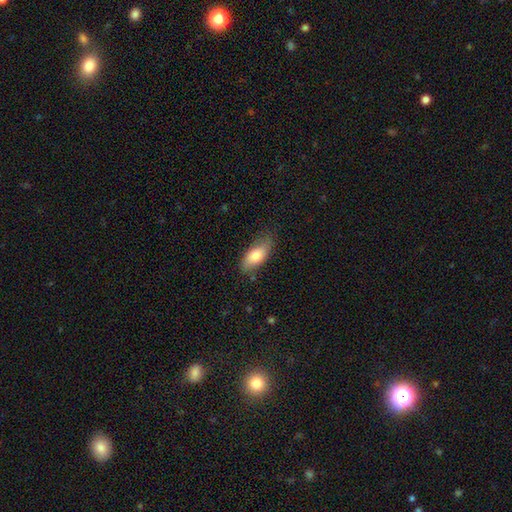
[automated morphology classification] The model was most divided on "merging": none: 70%, minor disturbance: 23%, major disturbance: 5%, merger: 2%. More confident: how rounded — in between (85%); smooth or featured — smooth (76%).